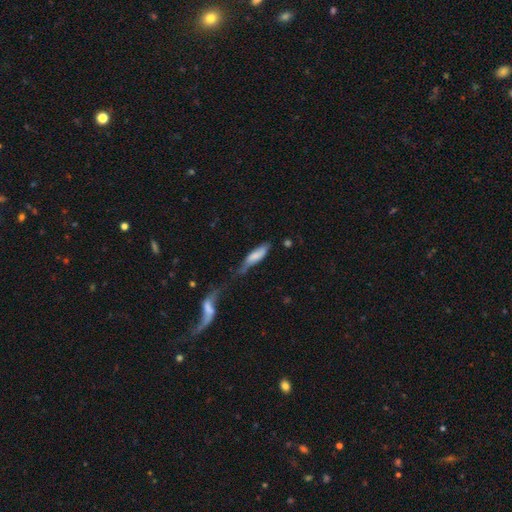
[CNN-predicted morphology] smooth_or_featured: smooth (p=0.73) [alt: featured or disk p=0.21]
how_rounded: cigar-shaped (p=0.55) [alt: in between p=0.42]
merging: minor disturbance (p=0.29) [tied with: none p=0.29]